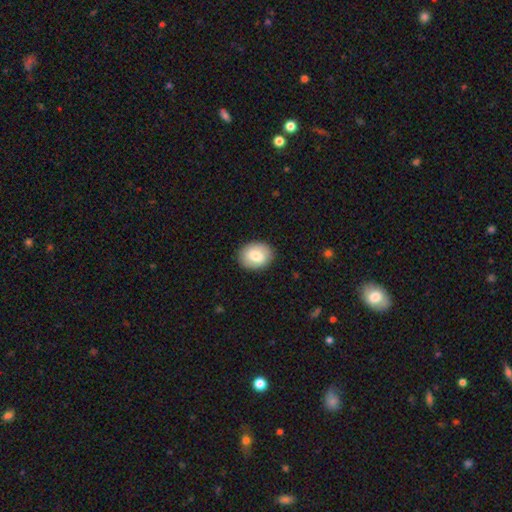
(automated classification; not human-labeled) Smooth or featured? Predicted: smooth (p=0.77). How rounded? Predicted: in between (p=0.58). Merging? Predicted: none (p=0.88).